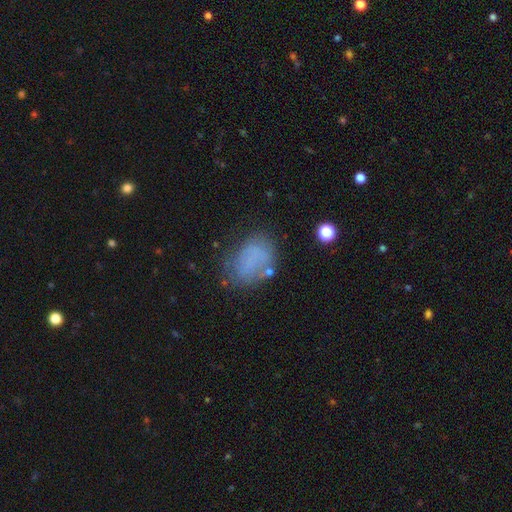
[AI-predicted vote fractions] This appears to be a smooth galaxy with no disk features (65%) that is in between round and cigar-shaped (79%). Merging: none (59%).